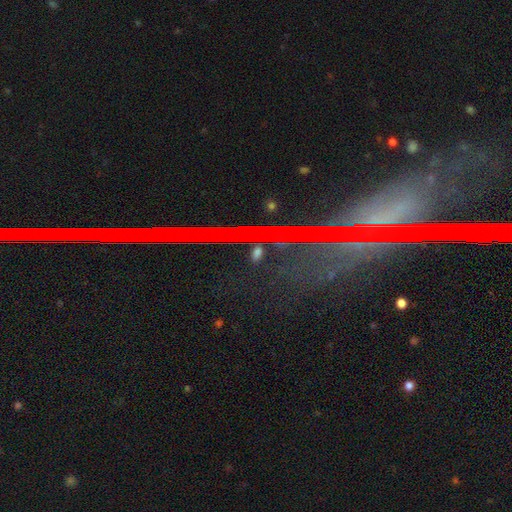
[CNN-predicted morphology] The model was most divided on "smooth or featured": star or artifact: 83%, featured or disk: 11%, smooth: 6%.